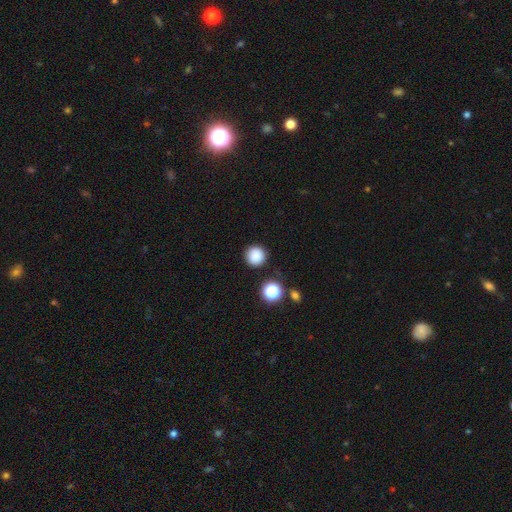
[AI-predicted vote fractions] Smooth or featured? smooth (85%)
How rounded? round (94%)
Merging? none (87%)